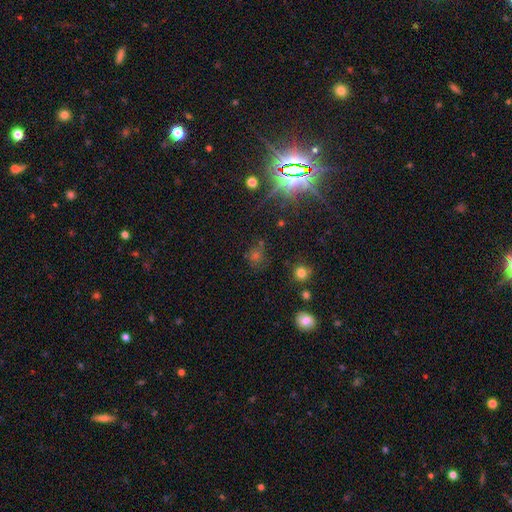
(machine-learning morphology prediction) star or artifact 55%, smooth 32%, featured or disk 13%.